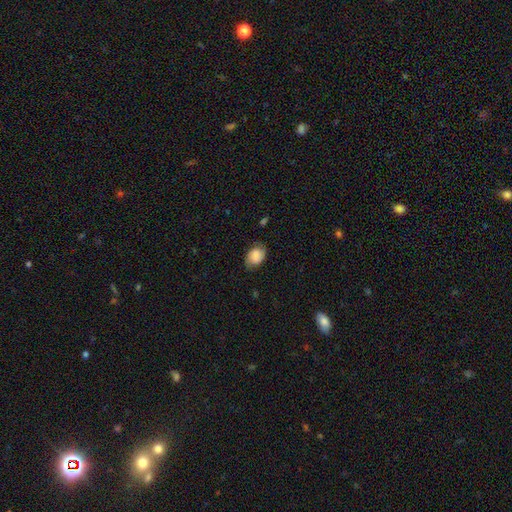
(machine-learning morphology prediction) Smooth or featured? smooth (63%)
How rounded? in between (78%)
Merging? none (69%)